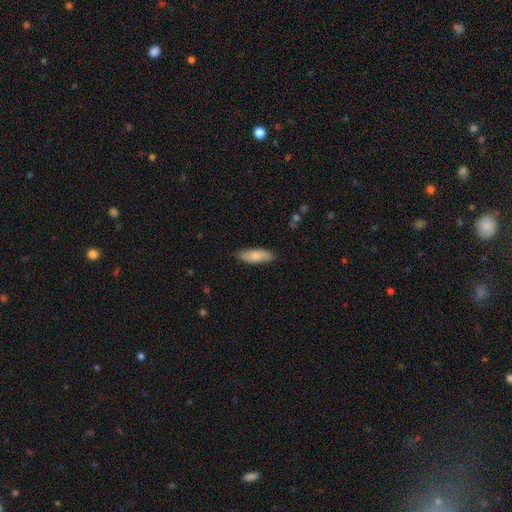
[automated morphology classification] Smooth or featured?
  - smooth: 78% *
  - featured or disk: 16%
  - star or artifact: 6%
How rounded?
  - in between: 60% *
  - cigar-shaped: 38%
  - round: 2%
Merging?
  - none: 85% *
  - minor disturbance: 12%
  - major disturbance: 2%
  - merger: 1%